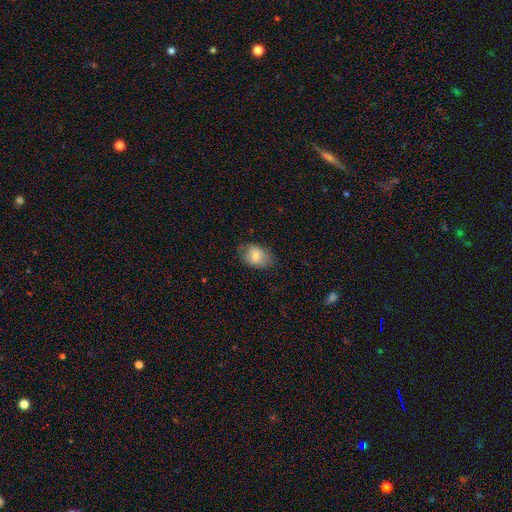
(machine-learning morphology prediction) Smooth or featured: smooth — 75% (featured or disk — 17%)
How rounded: in between — 76% (round — 23%)
Merging: none — 73% (minor disturbance — 21%)